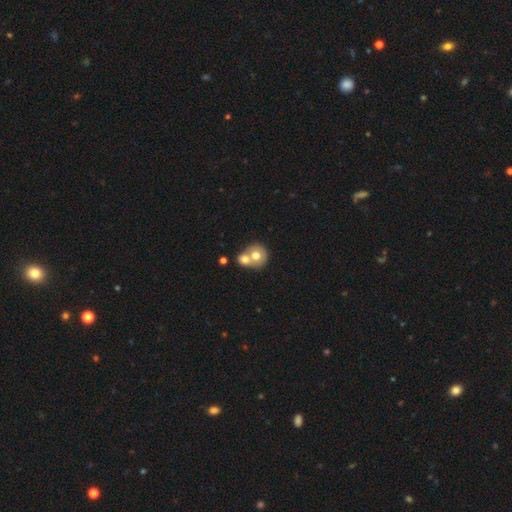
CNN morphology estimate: smooth_or_featured: smooth (p=0.65) [alt: featured or disk p=0.26]
how_rounded: round (p=0.79) [alt: in between p=0.20]
merging: merger (p=0.63) [alt: none p=0.28]